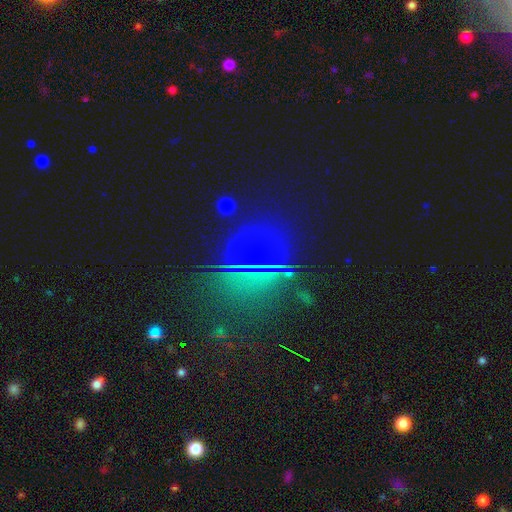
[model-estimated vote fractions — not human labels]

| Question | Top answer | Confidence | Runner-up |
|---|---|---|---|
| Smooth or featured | star or artifact | 53% | smooth (37%) |